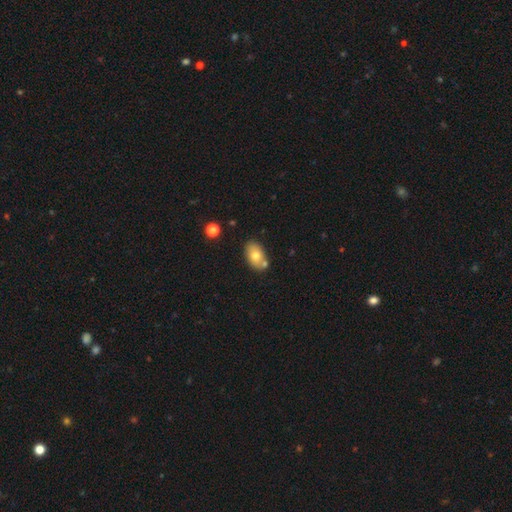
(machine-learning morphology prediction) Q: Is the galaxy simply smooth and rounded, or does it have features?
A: smooth — 73%.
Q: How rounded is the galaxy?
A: in between — 89%.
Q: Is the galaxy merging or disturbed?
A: none — 69%.